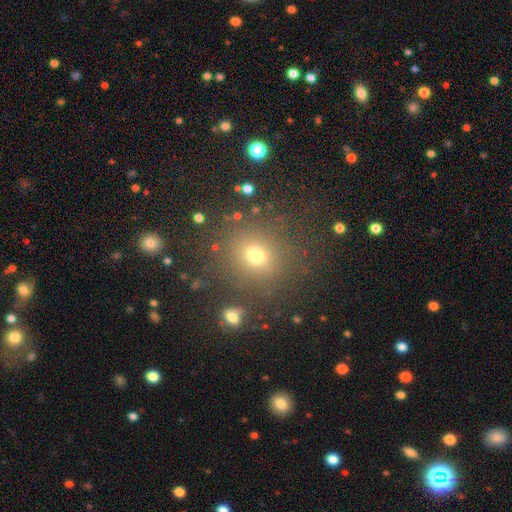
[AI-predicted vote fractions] Q: Smooth or featured?
A: smooth (69%); runner-up: star or artifact (22%)
Q: How rounded?
A: round (84%); runner-up: in between (15%)
Q: Merging?
A: none (83%); runner-up: minor disturbance (9%)